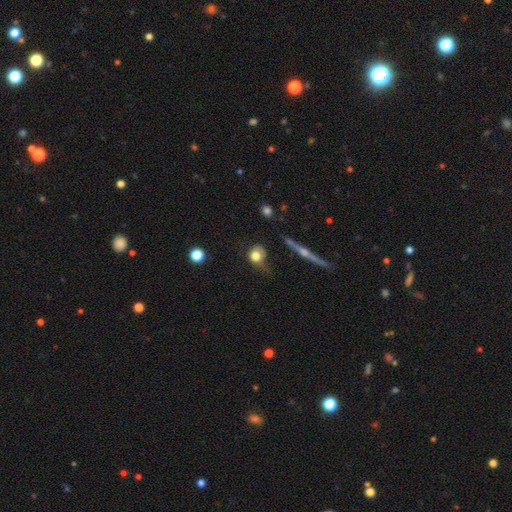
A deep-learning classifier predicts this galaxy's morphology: Smooth or featured? smooth (69%)
How rounded? round (64%)
Merging? none (39%)